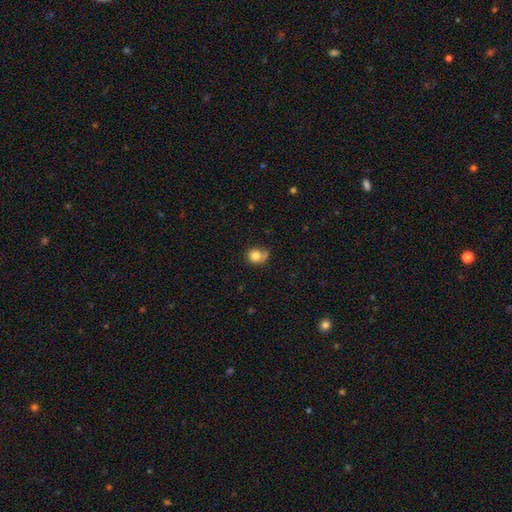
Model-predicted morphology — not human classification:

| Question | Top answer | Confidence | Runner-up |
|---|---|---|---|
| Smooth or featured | smooth | 80% | featured or disk (11%) |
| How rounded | round | 76% | in between (23%) |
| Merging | none | 49% | minor disturbance (26%) |